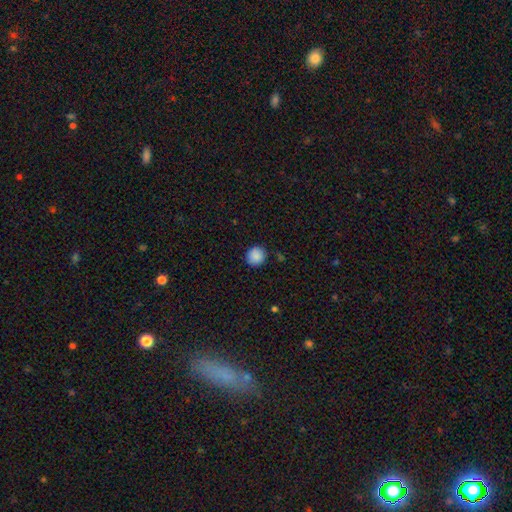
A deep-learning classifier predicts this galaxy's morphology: type=smooth (88%); roundness=round (92%); merging=none (87%).